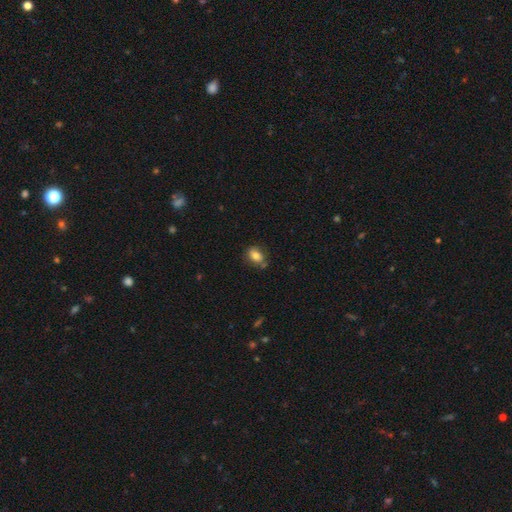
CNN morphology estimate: smooth 78%, featured or disk 12%, star or artifact 9%. Down the decision tree: how rounded — in between (74%); merging — none (67%).